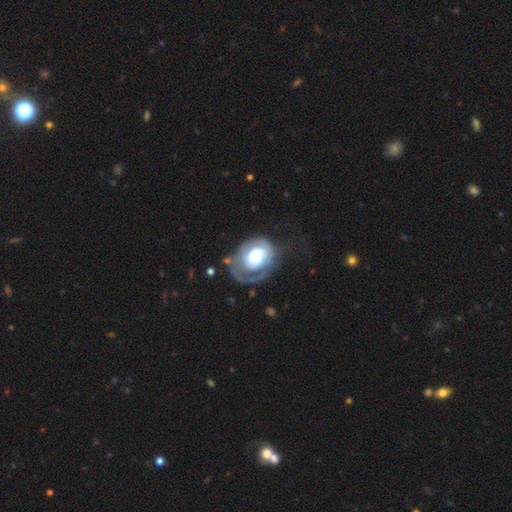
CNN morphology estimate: This appears to be a featured or disk galaxy (60%) with no bar (79%), spiral arms (61%) and a large central bulge (45%). Merging: major disturbance (37%).